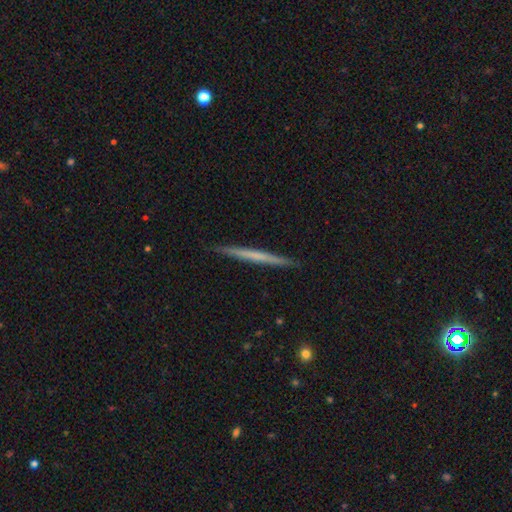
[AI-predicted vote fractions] Smooth or featured? featured or disk (49%)
Merging? none (92%)